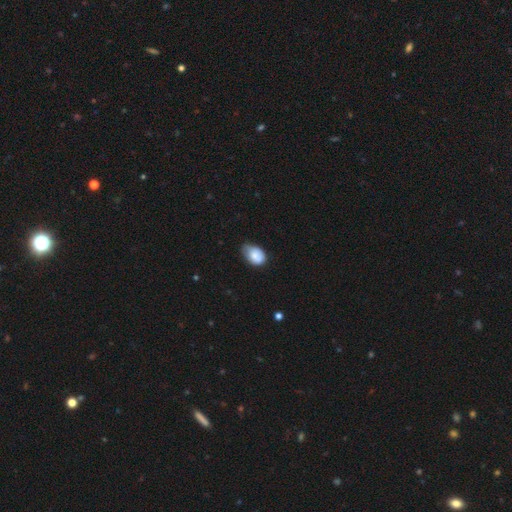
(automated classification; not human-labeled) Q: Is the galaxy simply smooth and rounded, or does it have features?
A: smooth — 82%.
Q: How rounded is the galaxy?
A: in between — 82%.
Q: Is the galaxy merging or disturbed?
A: minor disturbance — 46%.